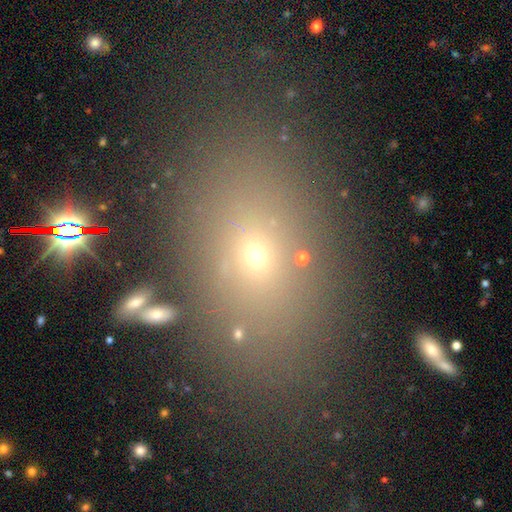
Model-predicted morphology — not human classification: Smooth or featured? smooth (59%)
How rounded? in between (78%)
Merging? none (75%)